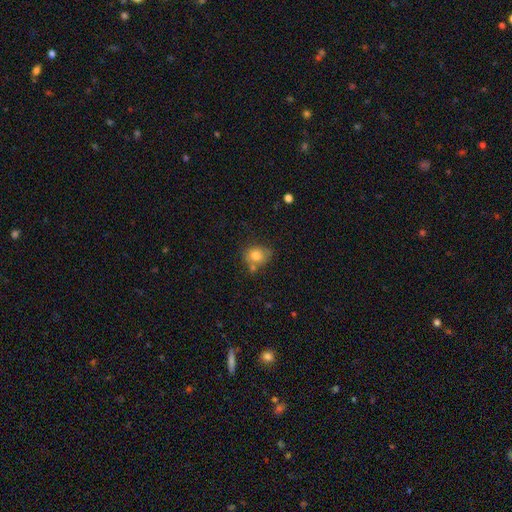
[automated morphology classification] Smooth or featured? Predicted: smooth (p=0.78). How rounded? Predicted: round (p=0.66). Merging? Predicted: none (p=0.59).